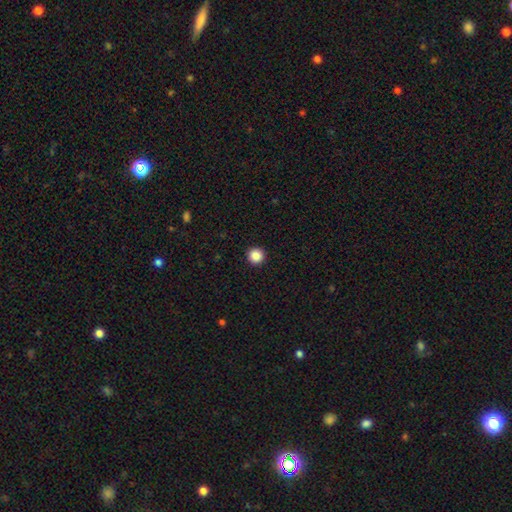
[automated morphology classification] A smooth galaxy with no disk features (87%) that is round (96%).

Vote fractions:
- Smooth or featured? smooth: 87% / star or artifact: 10% / featured or disk: 3%
- How rounded? round: 96% / in between: 3% / cigar-shaped: 1%
- Merging? none: 94% / minor disturbance: 4% / major disturbance: 1% / merger: 1%